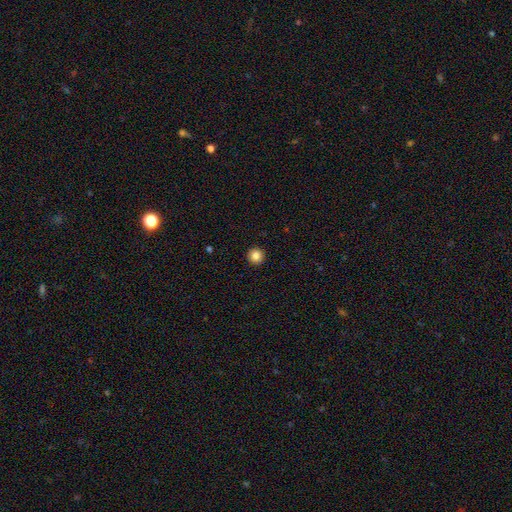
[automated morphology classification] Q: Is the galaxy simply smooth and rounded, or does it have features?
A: smooth — 85%.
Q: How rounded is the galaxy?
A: round — 96%.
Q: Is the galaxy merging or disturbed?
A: none — 94%.